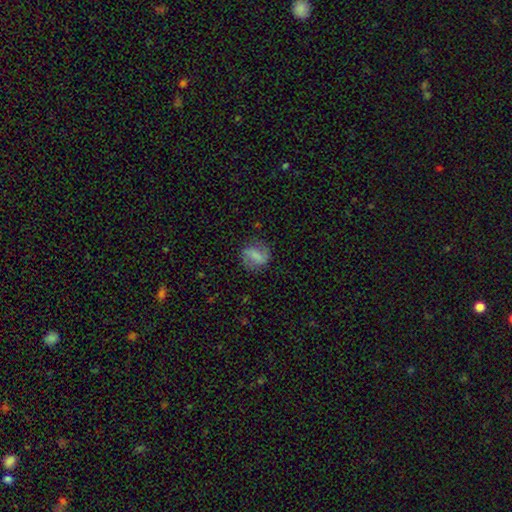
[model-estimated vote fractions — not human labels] Morphology: type=featured or disk (48%); merging=none (73%).